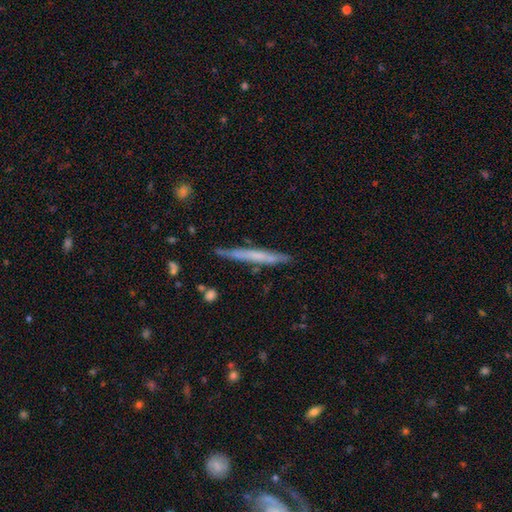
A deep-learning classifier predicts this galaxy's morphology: Smooth or featured?
  - smooth: 48% *
  - featured or disk: 46%
  - star or artifact: 6%
Merging?
  - none: 84% *
  - minor disturbance: 12%
  - major disturbance: 2%
  - merger: 2%